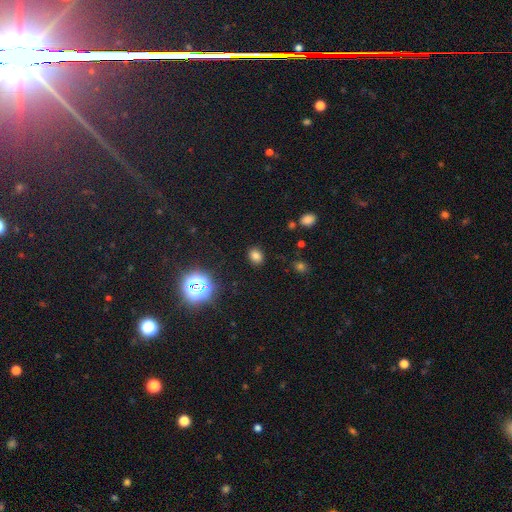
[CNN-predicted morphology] This appears to be a smooth galaxy with no disk features (74%) that is in between round and cigar-shaped (61%). Merging: none (87%).